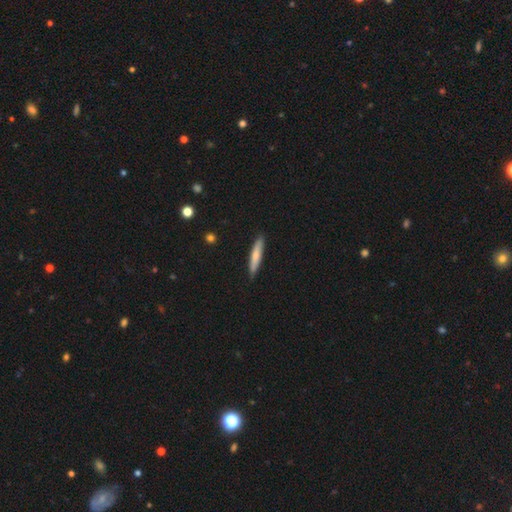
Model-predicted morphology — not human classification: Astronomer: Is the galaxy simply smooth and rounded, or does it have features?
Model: smooth — 71%.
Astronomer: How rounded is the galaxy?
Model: cigar-shaped — 89%.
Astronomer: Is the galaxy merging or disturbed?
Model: none — 87%.